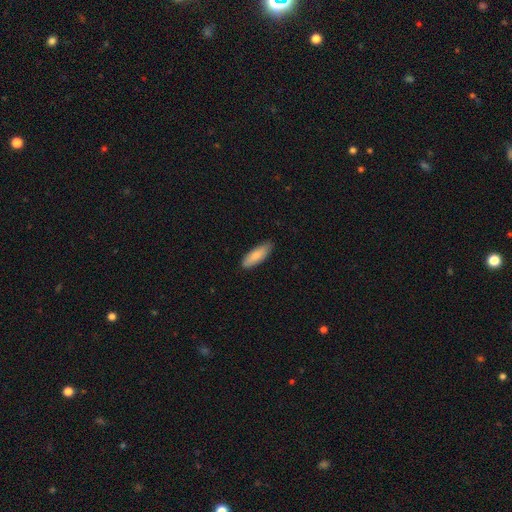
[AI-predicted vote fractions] smooth-or-featured: smooth: 84% | featured or disk: 10% | star or artifact: 5%
  how-rounded: in between: 59% | cigar-shaped: 40% | round: 2%
  merging: none: 83% | minor disturbance: 14% | major disturbance: 2% | merger: 1%